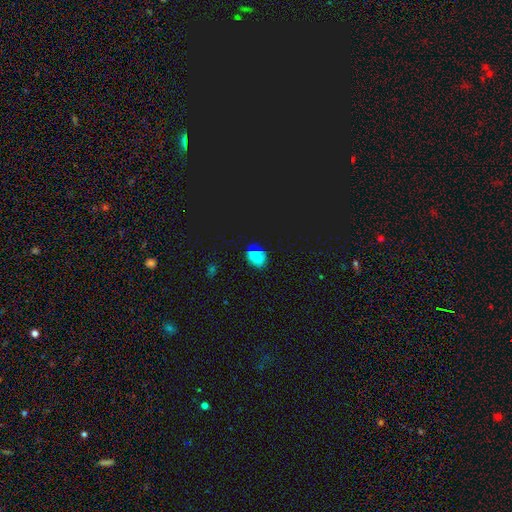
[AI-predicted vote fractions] The model was most divided on "smooth or featured": smooth: 50%, star or artifact: 41%, featured or disk: 9%. More confident: merging — none (80%).